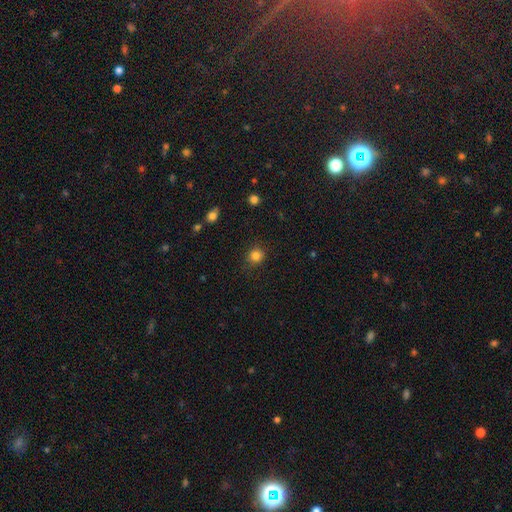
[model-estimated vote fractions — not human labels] A smooth galaxy with no disk features (84%) that is round (88%).

Vote fractions:
- Smooth or featured? smooth: 84% / star or artifact: 12% / featured or disk: 5%
- How rounded? round: 88% / in between: 11% / cigar-shaped: 1%
- Merging? none: 86% / minor disturbance: 9% / major disturbance: 3% / merger: 1%